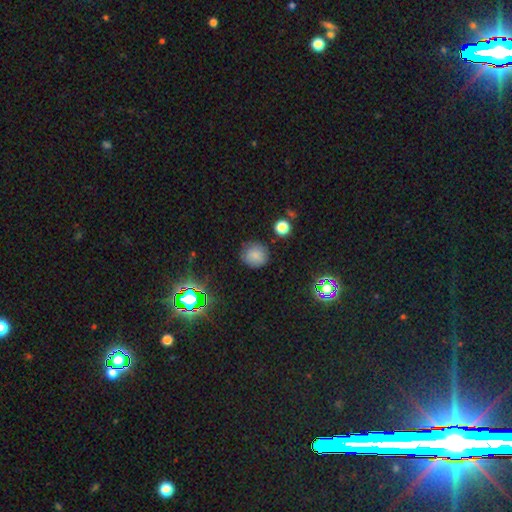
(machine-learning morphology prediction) A smooth galaxy with no disk features (77%) that is round (90%).

Vote fractions:
- Smooth or featured? smooth: 77% / star or artifact: 16% / featured or disk: 7%
- How rounded? round: 90% / in between: 9% / cigar-shaped: 1%
- Merging? none: 82% / minor disturbance: 12% / major disturbance: 3% / merger: 2%